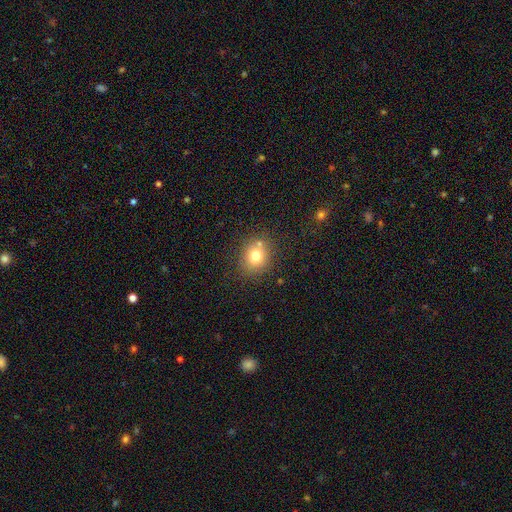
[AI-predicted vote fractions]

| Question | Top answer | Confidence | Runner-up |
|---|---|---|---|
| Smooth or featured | smooth | 75% | star or artifact (13%) |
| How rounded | round | 70% | in between (29%) |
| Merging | none | 73% | minor disturbance (12%) |